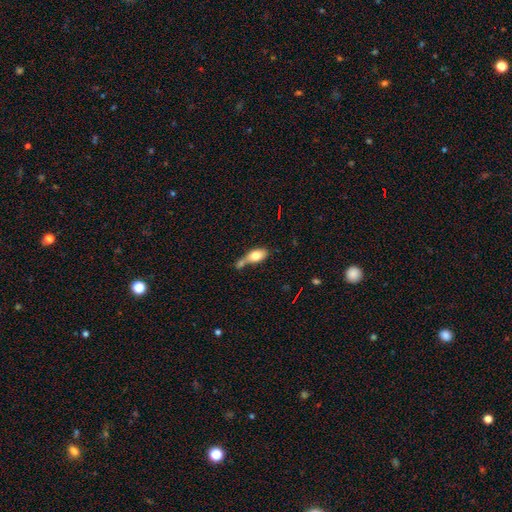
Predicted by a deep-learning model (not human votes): Overall: smooth (76%). How rounded: in between (84%). Merging: merger (47%; none 29%).